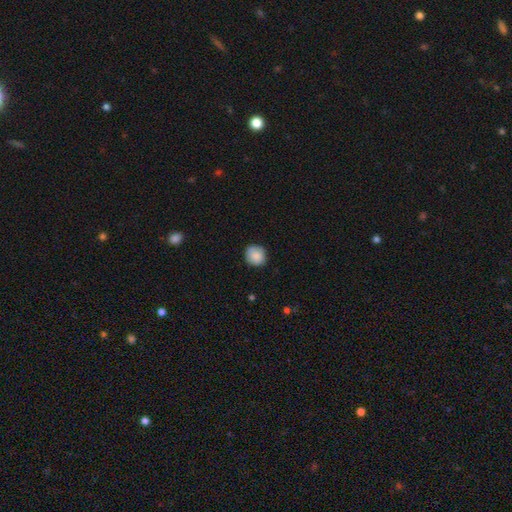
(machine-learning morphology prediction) Smooth or featured? Predicted: smooth (p=0.88). How rounded? Predicted: round (p=0.85). Merging? Predicted: none (p=0.83).